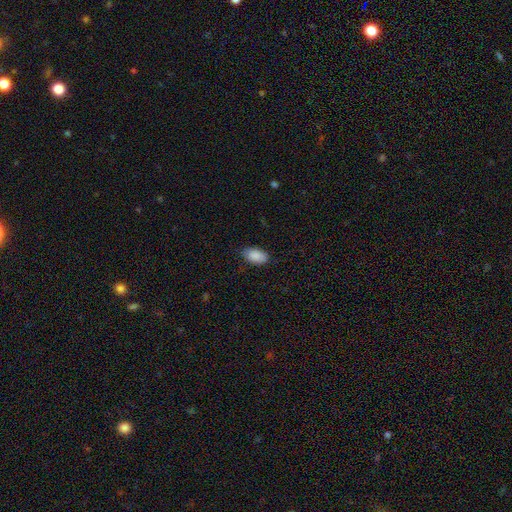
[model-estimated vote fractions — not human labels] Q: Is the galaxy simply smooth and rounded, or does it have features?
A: smooth — 89%.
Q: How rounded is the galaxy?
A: in between — 94%.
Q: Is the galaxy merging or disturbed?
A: none — 79%.